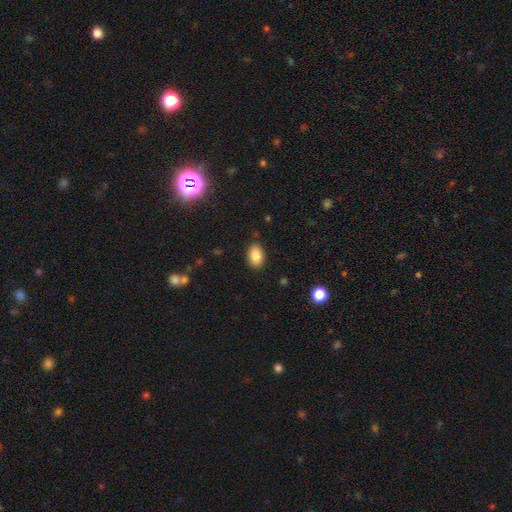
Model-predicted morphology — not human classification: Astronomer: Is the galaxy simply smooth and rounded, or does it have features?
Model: smooth — 86%.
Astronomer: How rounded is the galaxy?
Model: in between — 87%.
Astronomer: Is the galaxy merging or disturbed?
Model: none — 85%.